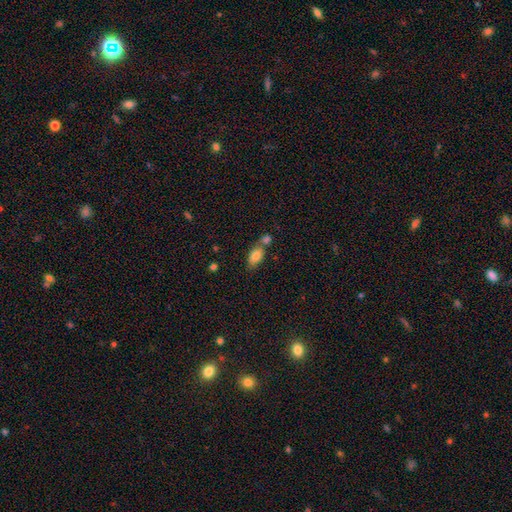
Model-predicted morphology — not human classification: Smooth or featured? Predicted: smooth (p=0.80). How rounded? Predicted: in between (p=0.88). Merging? Predicted: none (p=0.44).